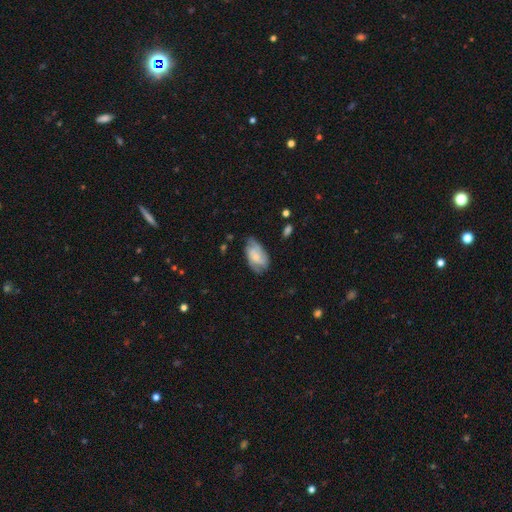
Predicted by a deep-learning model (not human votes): A featured or disk galaxy (59%) with no bar (69%), spiral arms (86%) and a small central bulge (55%). Merging: none (58%).